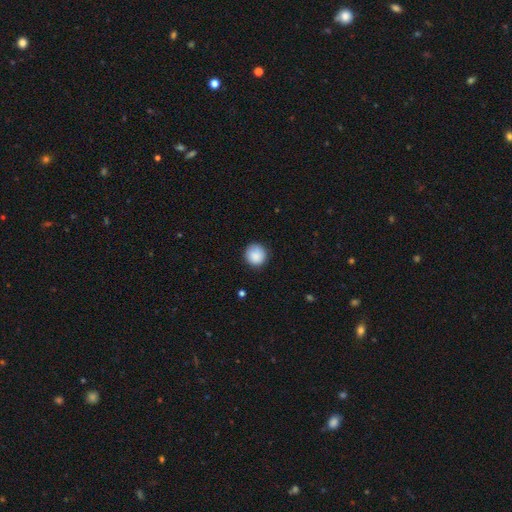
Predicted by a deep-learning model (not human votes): Overall: smooth (88%). How rounded: round (93%). Merging: none (86%).